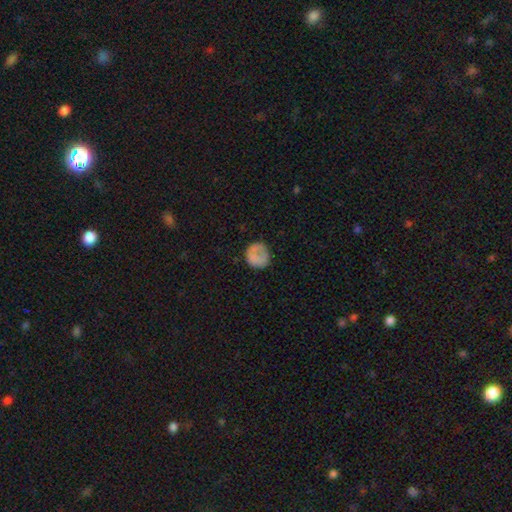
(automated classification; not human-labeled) smooth 73%, featured or disk 16%, star or artifact 10%. Down the decision tree: how rounded — round (88%); merging — none (69%).